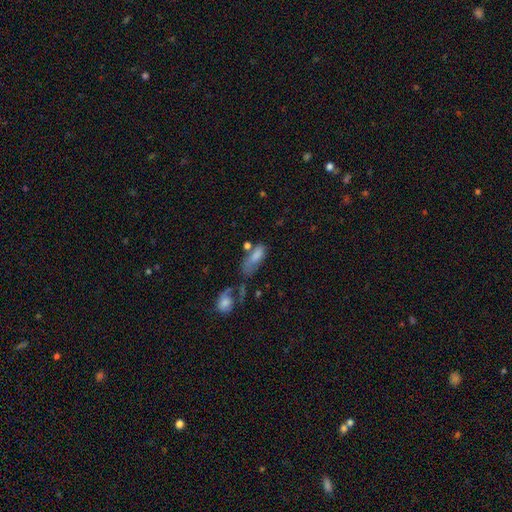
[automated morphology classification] The model was most divided on "merging": none: 27%, major disturbance: 26%, merger: 25%, minor disturbance: 21%. More confident: how rounded — in between (78%); smooth or featured — smooth (76%).